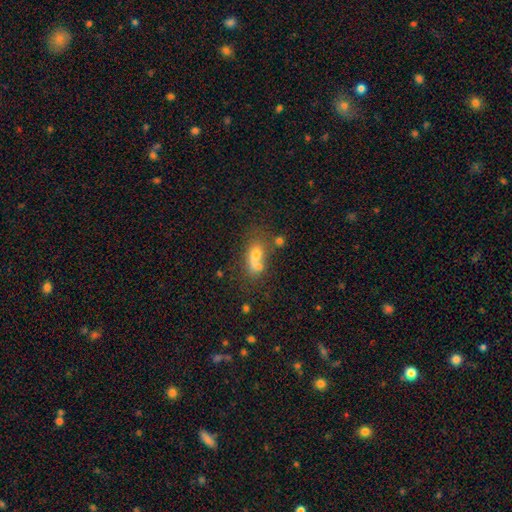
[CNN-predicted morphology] Overall: smooth (62%). How rounded: in between (60%; round 33%). Merging: merger (48%; none 28%).